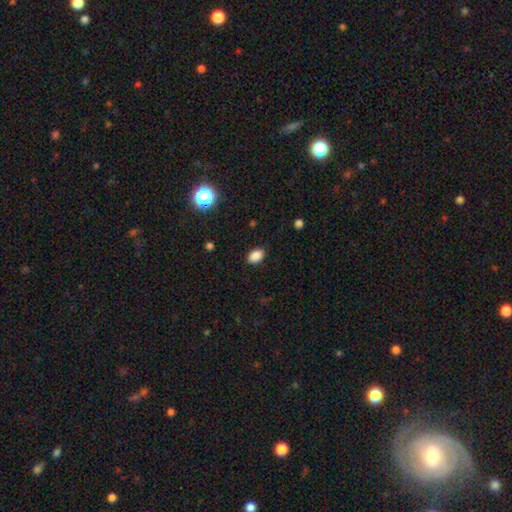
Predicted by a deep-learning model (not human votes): This appears to be a smooth galaxy with no disk features (86%) that is in between round and cigar-shaped (87%). Merging: none (87%).